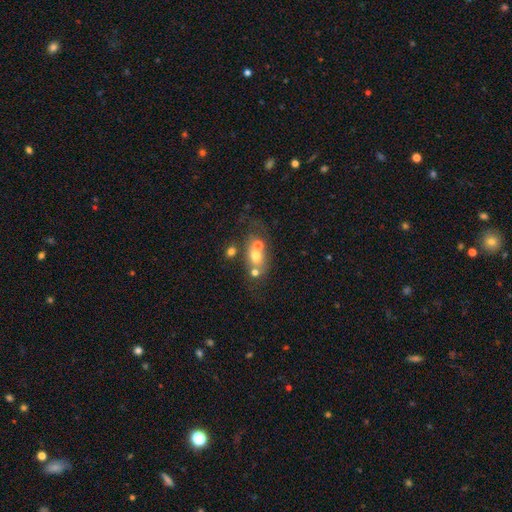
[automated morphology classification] A smooth galaxy with no disk features (57%) that is in between round and cigar-shaped (56%).

Vote fractions:
- Smooth or featured? smooth: 57% / featured or disk: 29% / star or artifact: 13%
- How rounded? in between: 56% / round: 41% / cigar-shaped: 3%
- Merging? merger: 43% / none: 38% / minor disturbance: 11% / major disturbance: 8%